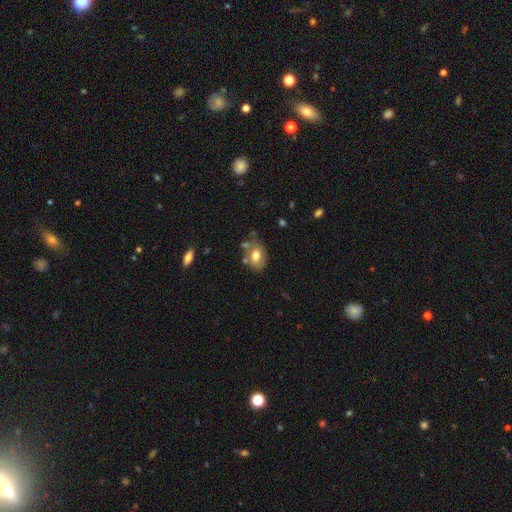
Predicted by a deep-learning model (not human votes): This is likely a smooth galaxy (69%). How rounded: likely in between (77%). Merging: likely none (61%).